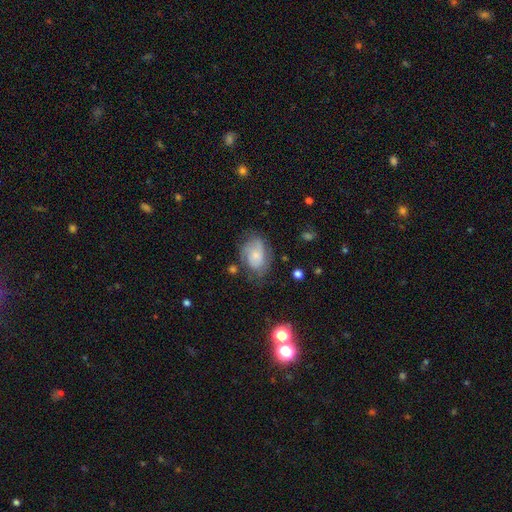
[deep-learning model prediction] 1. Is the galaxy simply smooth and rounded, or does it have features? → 46% featured or disk, 45% smooth, 8% star or artifact.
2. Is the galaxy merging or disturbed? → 54% none, 28% minor disturbance, 15% major disturbance, 3% merger.